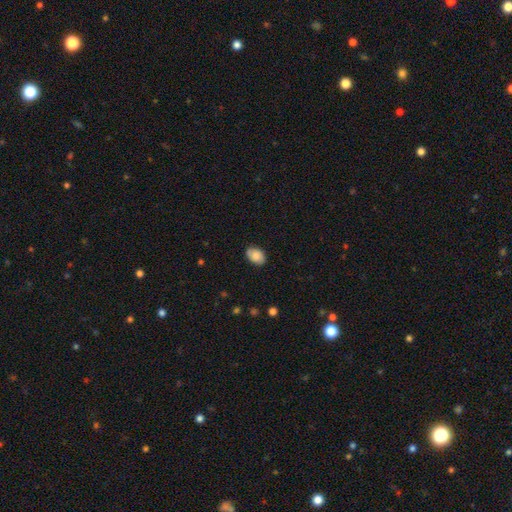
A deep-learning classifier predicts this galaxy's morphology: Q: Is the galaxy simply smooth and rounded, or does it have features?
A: smooth — 81%.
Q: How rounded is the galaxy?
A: in between — 83%.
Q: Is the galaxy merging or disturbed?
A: none — 81%.